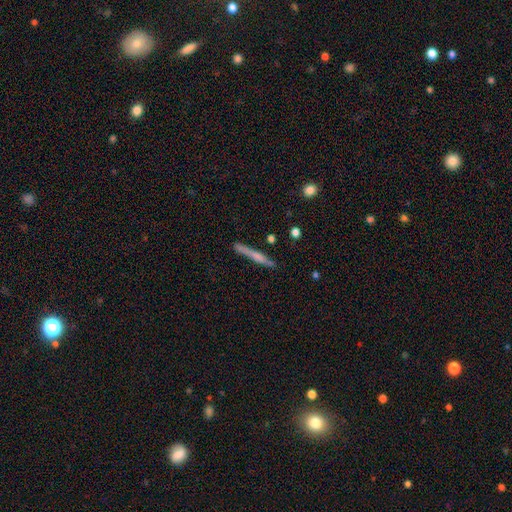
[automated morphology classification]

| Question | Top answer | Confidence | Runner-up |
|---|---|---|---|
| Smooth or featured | featured or disk | 47% | smooth (46%) |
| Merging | none | 81% | minor disturbance (13%) |